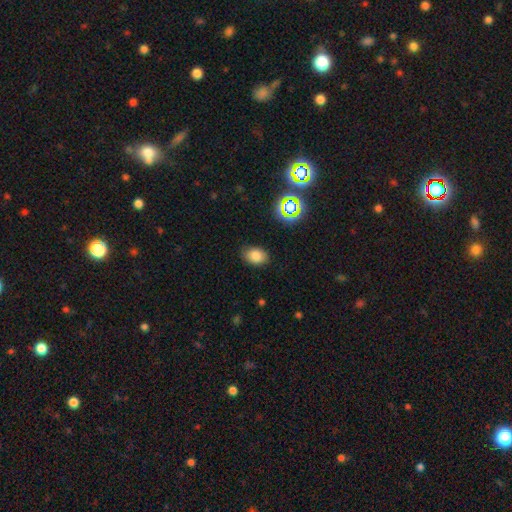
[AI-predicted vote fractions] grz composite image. It shows a smooth galaxy with no disk features (79%) that is in between round and cigar-shaped (79%). Merging: none (84%).